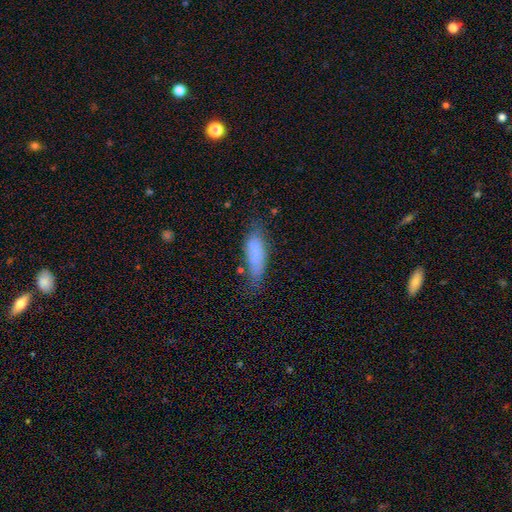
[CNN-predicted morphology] This appears to be a smooth galaxy with no disk features (80%) that is in between round and cigar-shaped (55%). Merging: none (54%).